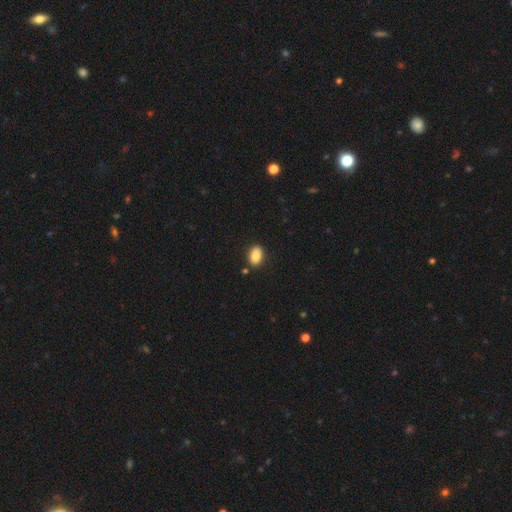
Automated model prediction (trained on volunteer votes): This is clearly a smooth galaxy (88%). How rounded: clearly in between (88%). Merging: clearly none (85%).